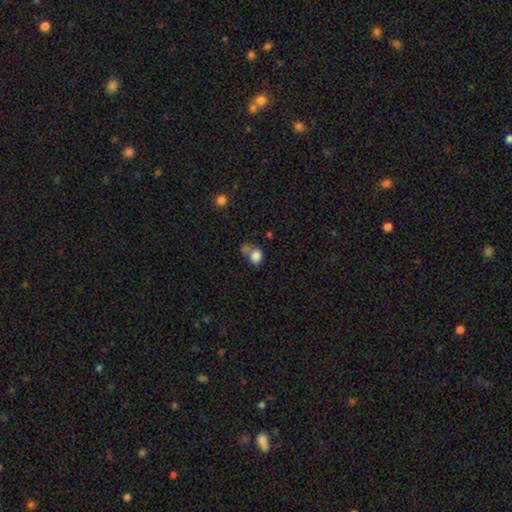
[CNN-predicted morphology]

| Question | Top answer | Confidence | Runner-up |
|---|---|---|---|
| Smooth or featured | smooth | 81% | star or artifact (11%) |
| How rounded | round | 58% | in between (41%) |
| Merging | merger | 35% | tied: none (35%) |